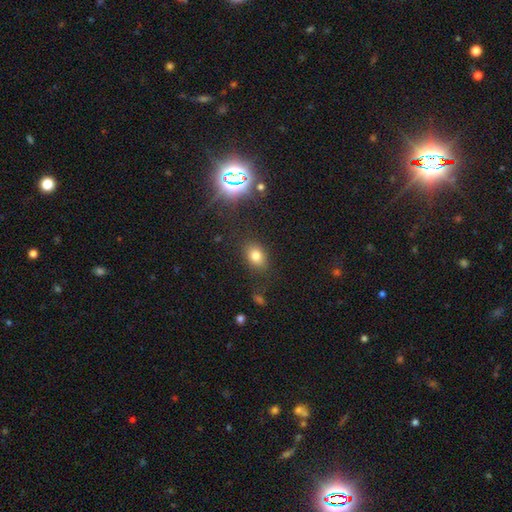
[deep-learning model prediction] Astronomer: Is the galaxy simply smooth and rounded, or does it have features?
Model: smooth — 76%.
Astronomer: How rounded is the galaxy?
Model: in between — 70%.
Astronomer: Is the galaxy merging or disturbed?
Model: none — 82%.